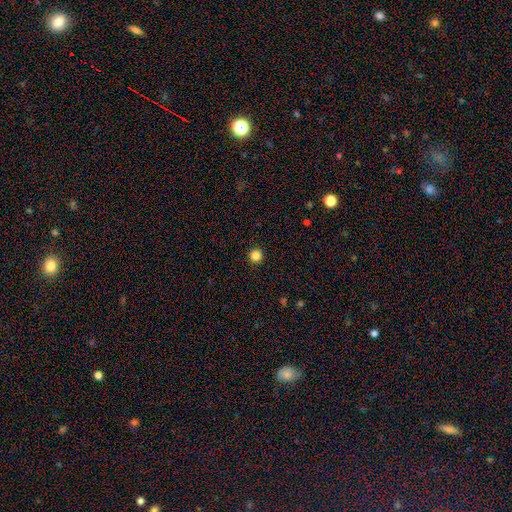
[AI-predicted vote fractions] Smooth or featured? smooth (85%)
How rounded? round (96%)
Merging? none (94%)